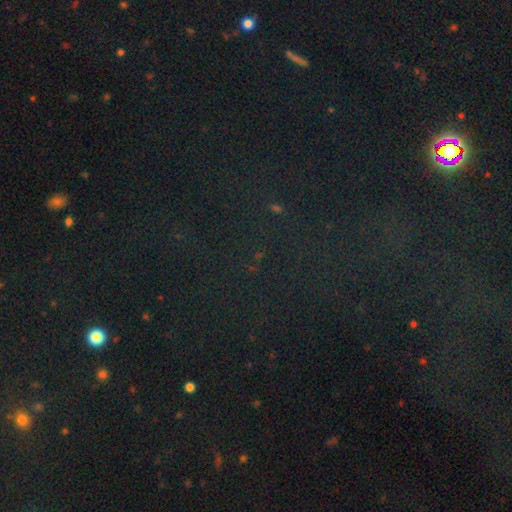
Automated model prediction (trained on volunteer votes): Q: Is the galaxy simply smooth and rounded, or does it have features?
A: star or artifact — 81%.